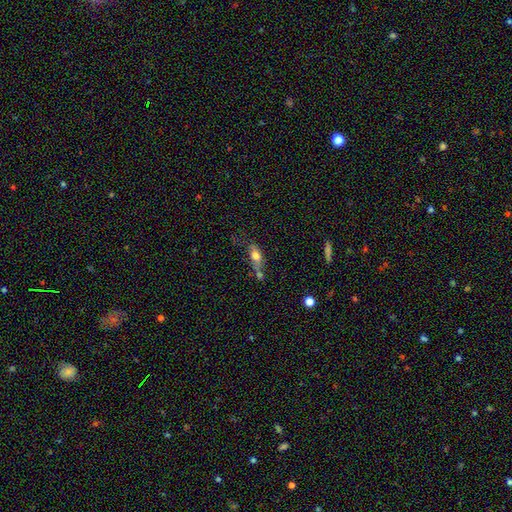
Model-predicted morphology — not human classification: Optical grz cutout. It shows a smooth galaxy with no disk features (61%) that is in between round and cigar-shaped (64%). Merging: none (32%).